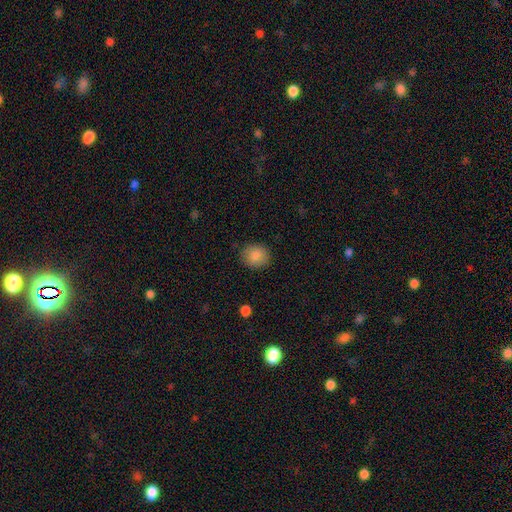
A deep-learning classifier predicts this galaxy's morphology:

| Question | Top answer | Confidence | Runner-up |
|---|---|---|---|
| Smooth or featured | smooth | 85% | star or artifact (9%) |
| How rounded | round | 76% | in between (23%) |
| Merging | none | 87% | minor disturbance (9%) |